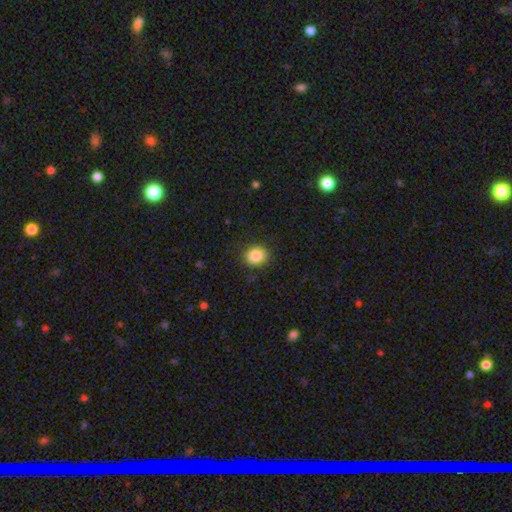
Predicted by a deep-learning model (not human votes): A smooth galaxy with no disk features (86%) that is round (69%).

Vote fractions:
- Smooth or featured? smooth: 86% / star or artifact: 9% / featured or disk: 5%
- How rounded? round: 69% / in between: 30% / cigar-shaped: 1%
- Merging? none: 88% / minor disturbance: 9% / major disturbance: 2% / merger: 1%